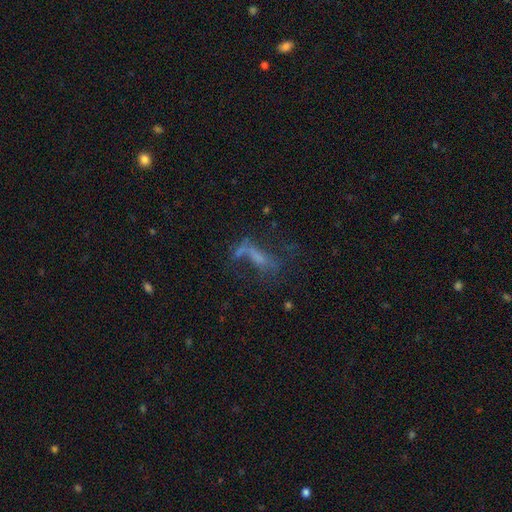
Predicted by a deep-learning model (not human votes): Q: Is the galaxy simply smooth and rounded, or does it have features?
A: featured or disk — 44%.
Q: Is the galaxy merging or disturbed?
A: none — 36%.